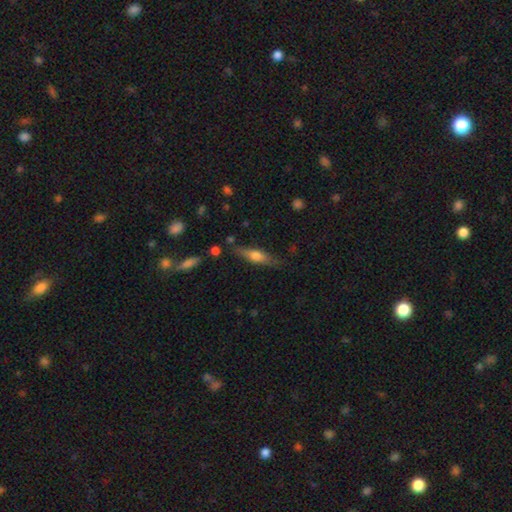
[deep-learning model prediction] Smooth or featured? smooth (54%)
How rounded? cigar-shaped (63%)
Merging? none (74%)